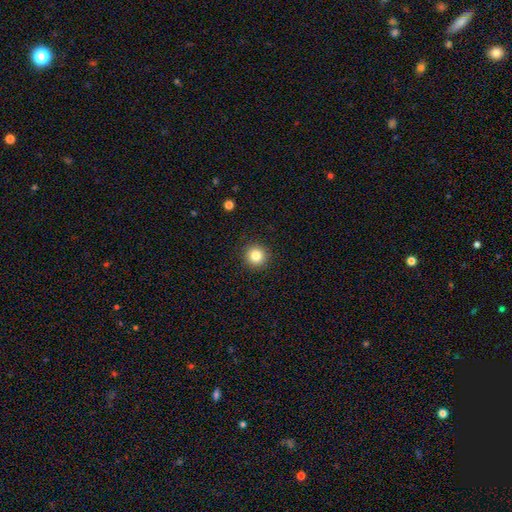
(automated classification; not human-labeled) Smooth or featured? smooth (83%)
How rounded? round (95%)
Merging? none (92%)